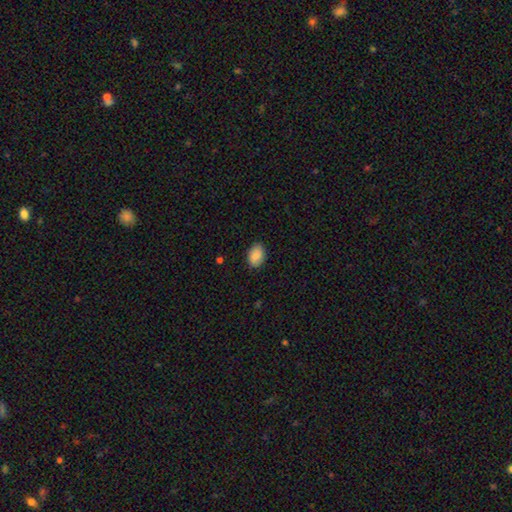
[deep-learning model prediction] smooth_or_featured: smooth (p=0.88) [alt: star or artifact p=0.07]
how_rounded: in between (p=0.85) [alt: round p=0.14]
merging: none (p=0.87) [alt: minor disturbance p=0.10]